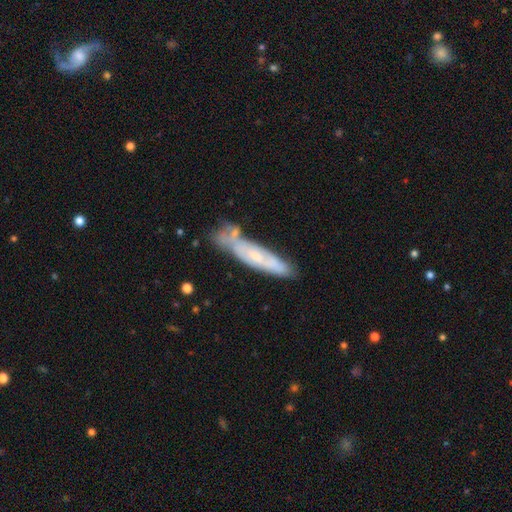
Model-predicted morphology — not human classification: Smooth or featured? featured or disk (49%)
Merging? none (55%)